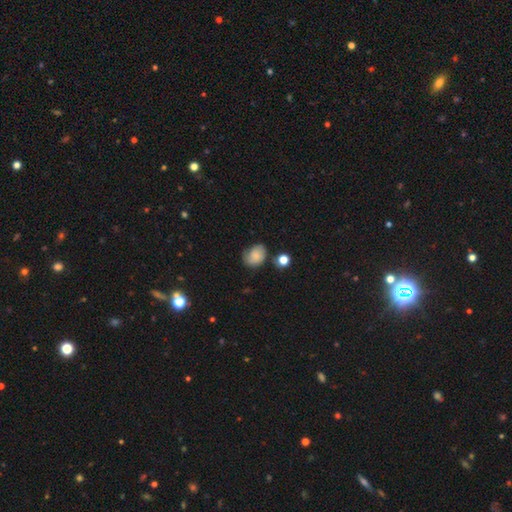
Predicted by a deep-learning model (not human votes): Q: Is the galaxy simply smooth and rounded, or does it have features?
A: smooth — 74%.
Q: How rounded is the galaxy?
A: in between — 59%.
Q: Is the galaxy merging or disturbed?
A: none — 54%.